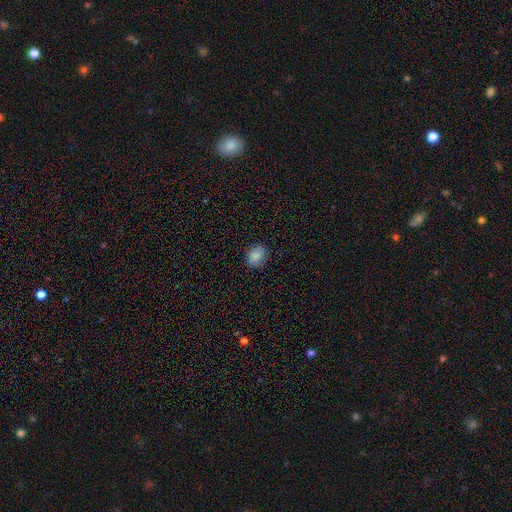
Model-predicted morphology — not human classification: Overall: smooth (86%). How rounded: in between (50%; round 49%). Merging: none (83%).